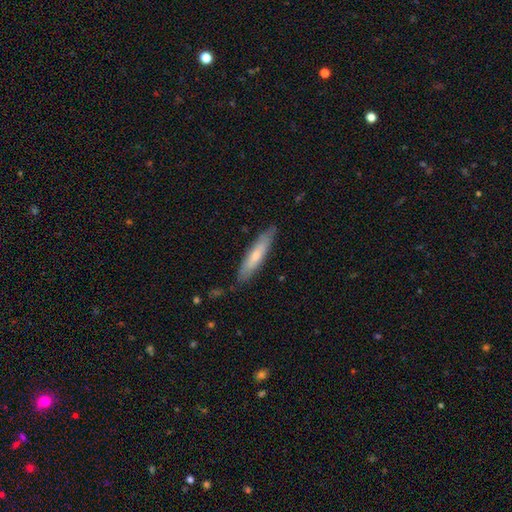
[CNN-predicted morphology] Smooth or featured?
  - smooth: 57% *
  - featured or disk: 38%
  - star or artifact: 5%
How rounded?
  - cigar-shaped: 81% *
  - in between: 18%
  - round: 1%
Merging?
  - none: 81% *
  - minor disturbance: 15%
  - major disturbance: 2%
  - merger: 1%